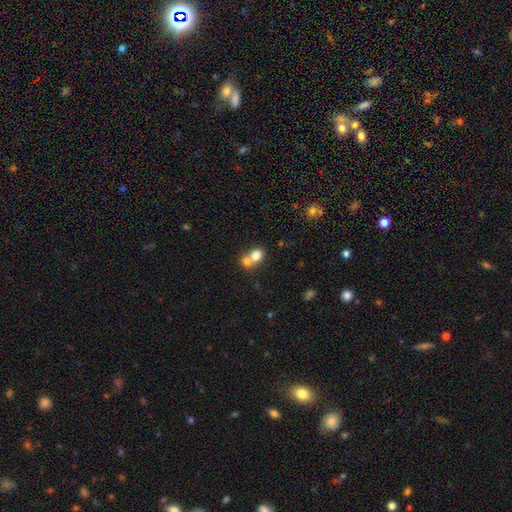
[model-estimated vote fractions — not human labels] Smooth or featured? Predicted: smooth (p=0.76). How rounded? Predicted: round (p=0.61). Merging? Predicted: merger (p=0.62).